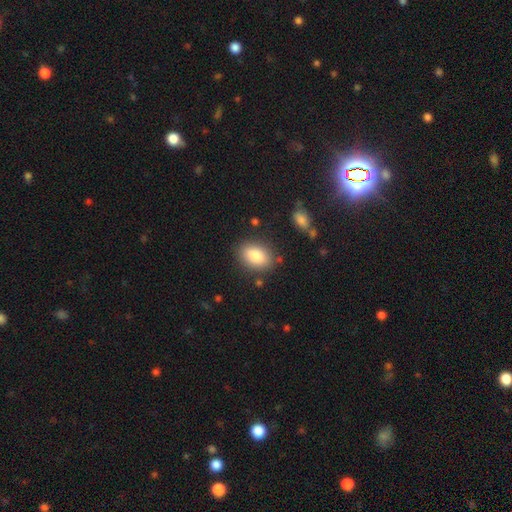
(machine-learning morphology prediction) Overall: smooth (84%). How rounded: in between (85%). Merging: none (82%).